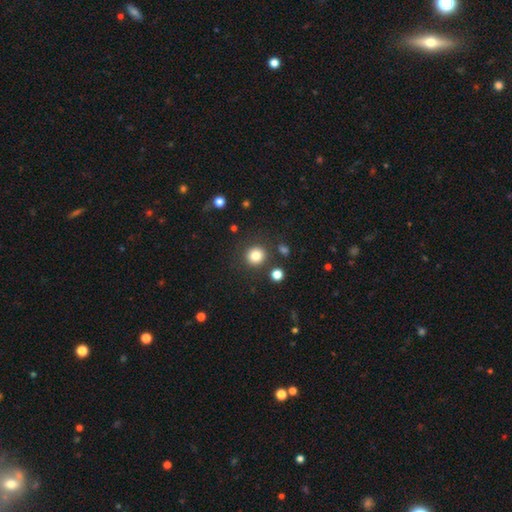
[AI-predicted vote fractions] smooth-or-featured: smooth: 82% | star or artifact: 12% | featured or disk: 6%
  how-rounded: round: 90% | in between: 9% | cigar-shaped: 1%
  merging: none: 85% | minor disturbance: 8% | merger: 5% | major disturbance: 3%